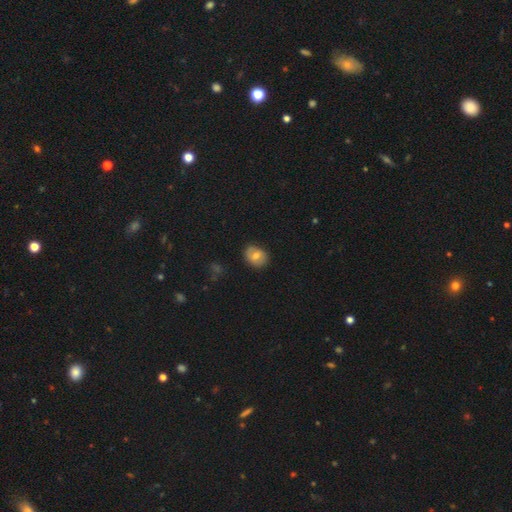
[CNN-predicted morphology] Smooth or featured: smooth — 65% (featured or disk — 26%)
How rounded: in between — 54% (round — 45%)
Merging: none — 82% (minor disturbance — 14%)